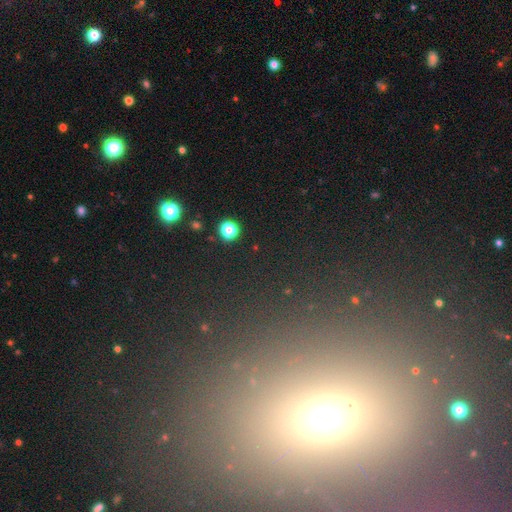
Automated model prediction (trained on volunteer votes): Smooth or featured?
  - star or artifact: 53% *
  - smooth: 36%
  - featured or disk: 11%